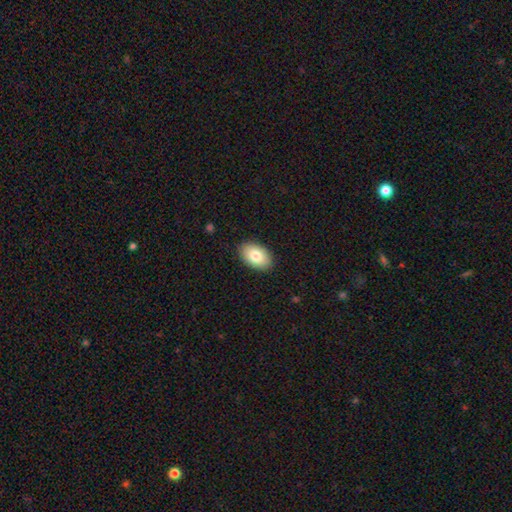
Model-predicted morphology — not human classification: This appears to be a smooth galaxy with no disk features (82%) that is in between round and cigar-shaped (92%). Merging: none (89%).